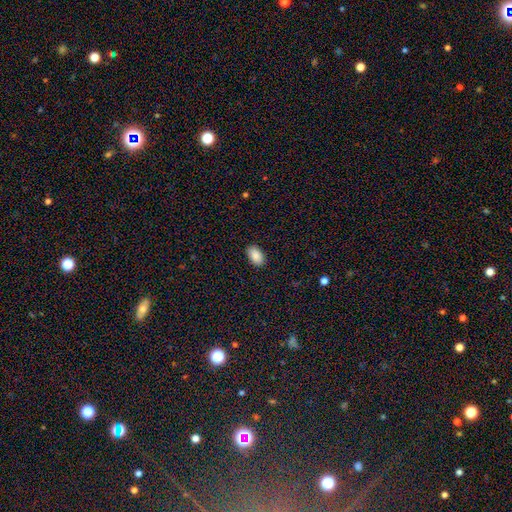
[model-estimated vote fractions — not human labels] smooth-or-featured: smooth: 90% | star or artifact: 7% | featured or disk: 3%
  how-rounded: in between: 93% | round: 6% | cigar-shaped: 1%
  merging: none: 89% | minor disturbance: 8% | major disturbance: 2% | merger: 1%